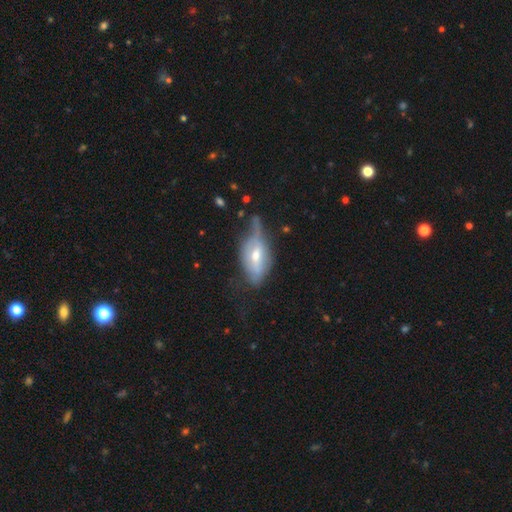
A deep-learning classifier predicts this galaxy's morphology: This appears to be a featured or disk galaxy (55%). Merging: none (35%).